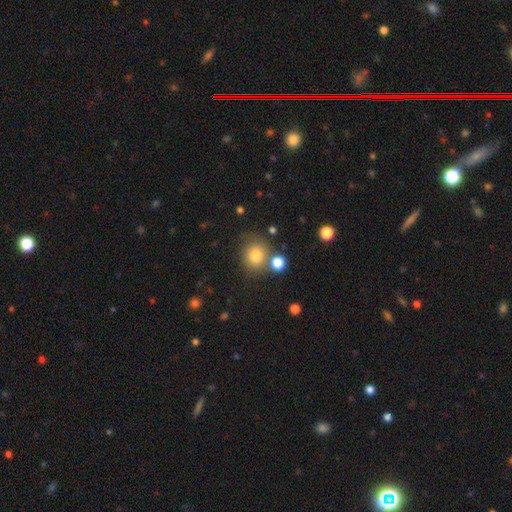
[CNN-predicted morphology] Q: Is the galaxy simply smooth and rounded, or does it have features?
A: smooth — 79%.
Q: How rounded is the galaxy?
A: round — 79%.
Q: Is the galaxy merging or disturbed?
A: none — 66%.